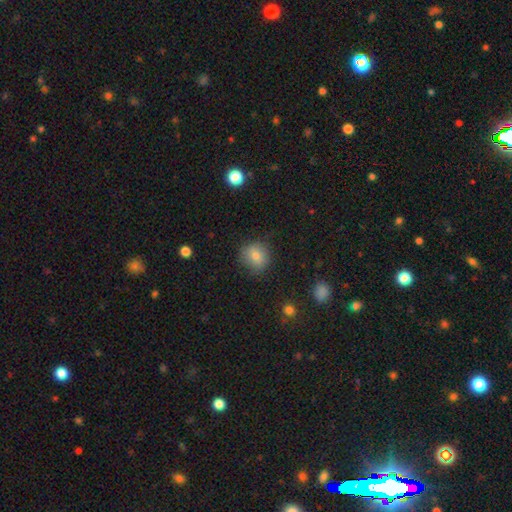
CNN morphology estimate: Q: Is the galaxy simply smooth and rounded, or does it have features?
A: smooth — 75%.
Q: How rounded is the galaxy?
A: round — 84%.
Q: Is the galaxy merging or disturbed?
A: none — 74%.